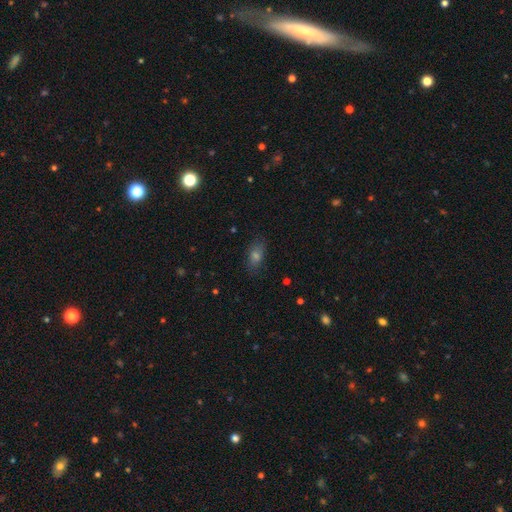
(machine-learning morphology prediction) type=smooth (61%); roundness=in between (77%); merging=none (81%).